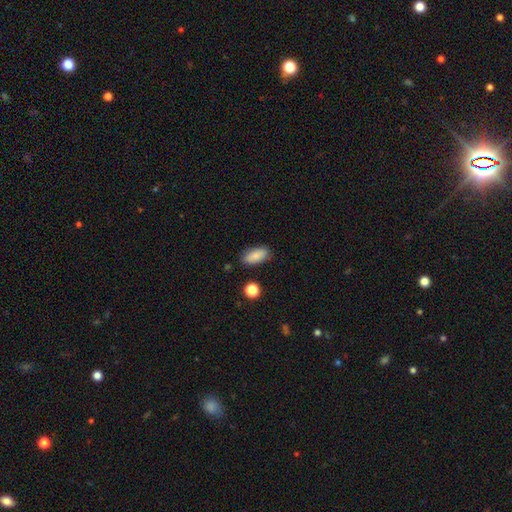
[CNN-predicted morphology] Smooth or featured? Predicted: smooth (p=0.83). How rounded? Predicted: in between (p=0.89). Merging? Predicted: none (p=0.82).